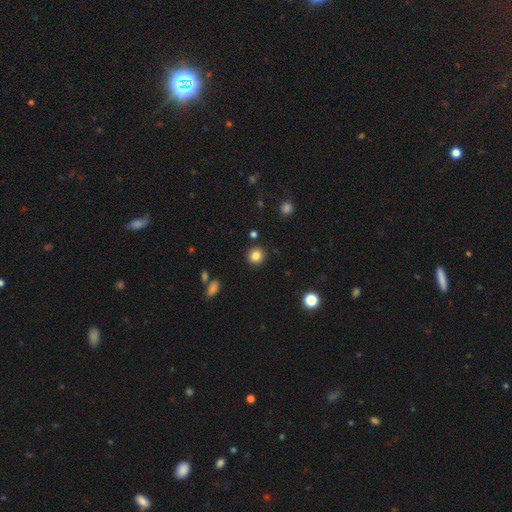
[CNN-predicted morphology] Smooth or featured?
  - smooth: 83% *
  - star or artifact: 11%
  - featured or disk: 5%
How rounded?
  - round: 92% *
  - in between: 7%
  - cigar-shaped: 1%
Merging?
  - none: 90% *
  - minor disturbance: 6%
  - merger: 2%
  - major disturbance: 2%